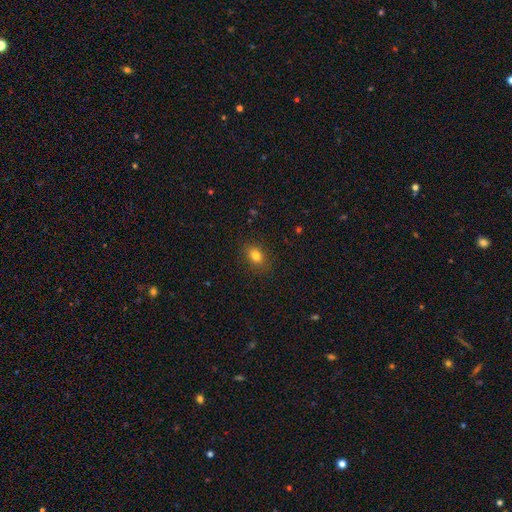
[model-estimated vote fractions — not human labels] Morphology: type=smooth (81%); roundness=in between (69%); merging=none (86%).